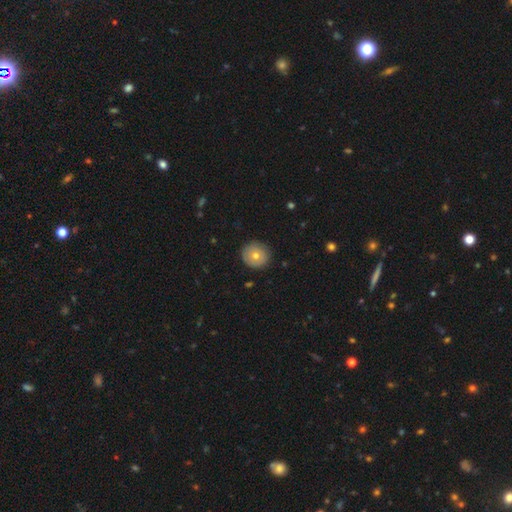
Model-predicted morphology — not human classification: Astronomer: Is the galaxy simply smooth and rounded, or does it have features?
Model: smooth — 70%.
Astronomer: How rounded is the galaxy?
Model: round — 94%.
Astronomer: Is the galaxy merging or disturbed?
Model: none — 90%.